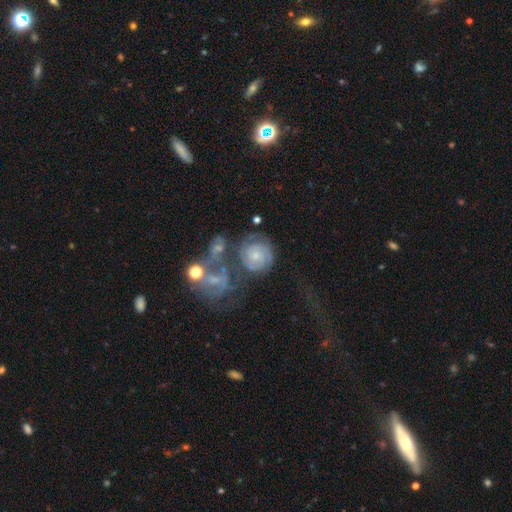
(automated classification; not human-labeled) Smooth or featured: featured or disk — 80% (smooth — 13%)
Edge-on disk: no — 98% (yes — 2%)
Bar: no — 66% (weak — 27%)
Spiral arms: yes — 95% (no — 5%)
Spiral winding: tight — 72% (medium — 23%)
Spiral arm count: 2 — 54% (can't tell — 18%)
Bulge size: small — 64% (moderate — 25%)
Merging: none — 51% (merger — 23%)